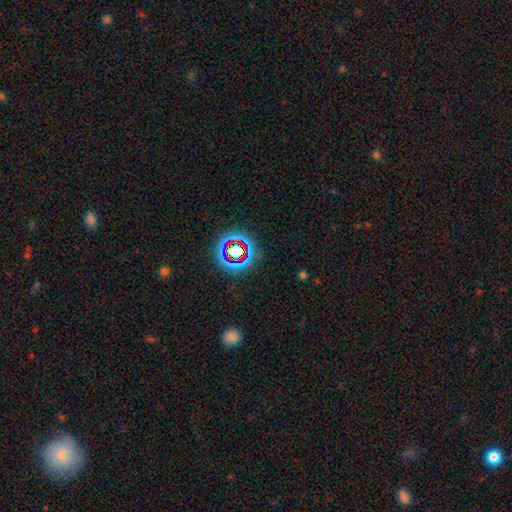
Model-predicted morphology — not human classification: The model was most divided on "smooth or featured": star or artifact: 56%, featured or disk: 24%, smooth: 20%.